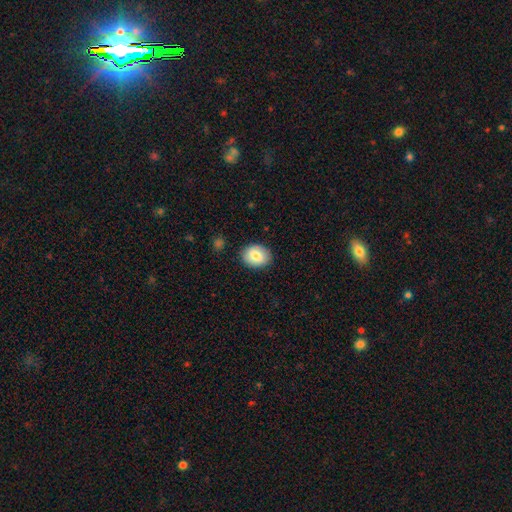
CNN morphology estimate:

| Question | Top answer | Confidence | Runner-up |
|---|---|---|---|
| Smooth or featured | smooth | 81% | featured or disk (12%) |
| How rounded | in between | 61% | round (38%) |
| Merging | none | 86% | minor disturbance (10%) |